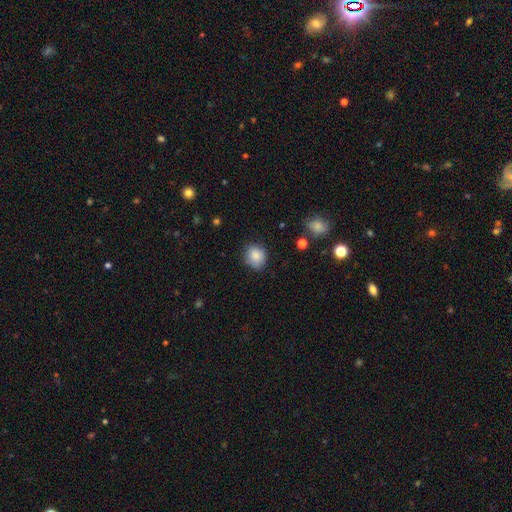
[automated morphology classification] A smooth galaxy with no disk features (86%) that is round (71%).

Vote fractions:
- Smooth or featured? smooth: 86% / star or artifact: 9% / featured or disk: 6%
- How rounded? round: 71% / in between: 28% / cigar-shaped: 1%
- Merging? none: 77% / minor disturbance: 18% / major disturbance: 4% / merger: 1%